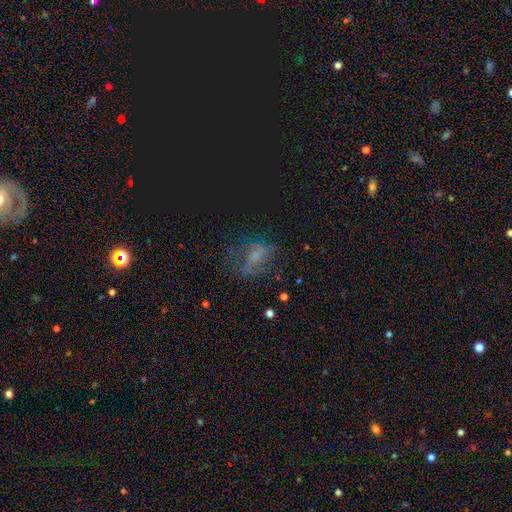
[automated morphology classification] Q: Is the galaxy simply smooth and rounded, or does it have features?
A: featured or disk — 42%.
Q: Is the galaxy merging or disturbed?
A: none — 52%.